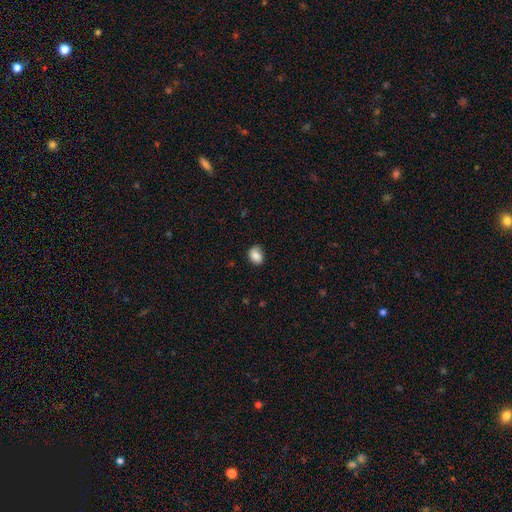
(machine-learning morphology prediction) Smooth or featured? Predicted: smooth (p=0.85). How rounded? Predicted: in between (p=0.63). Merging? Predicted: none (p=0.71).